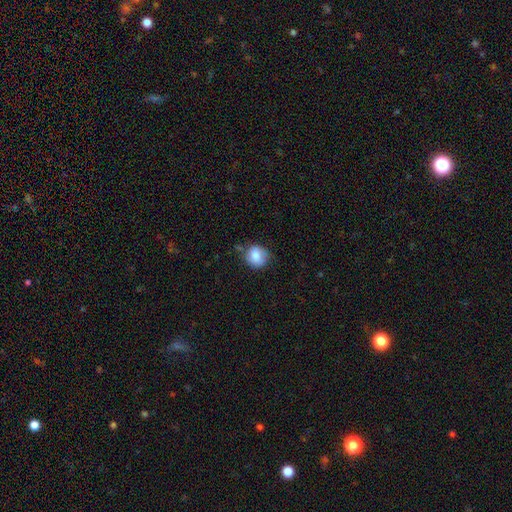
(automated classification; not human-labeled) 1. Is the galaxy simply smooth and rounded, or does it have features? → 80% smooth, 12% featured or disk, 8% star or artifact.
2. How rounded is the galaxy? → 81% round, 18% in between, 1% cigar-shaped.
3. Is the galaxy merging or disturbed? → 69% none, 22% minor disturbance, 5% major disturbance, 4% merger.